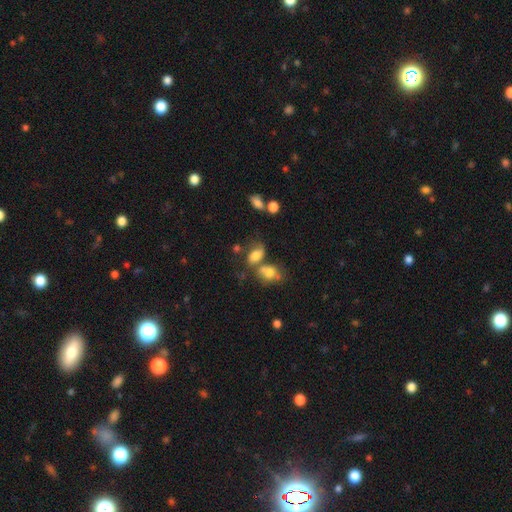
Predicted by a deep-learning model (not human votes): Smooth or featured? Predicted: smooth (p=0.69). How rounded? Predicted: in between (p=0.80). Merging? Predicted: merger (p=0.41).